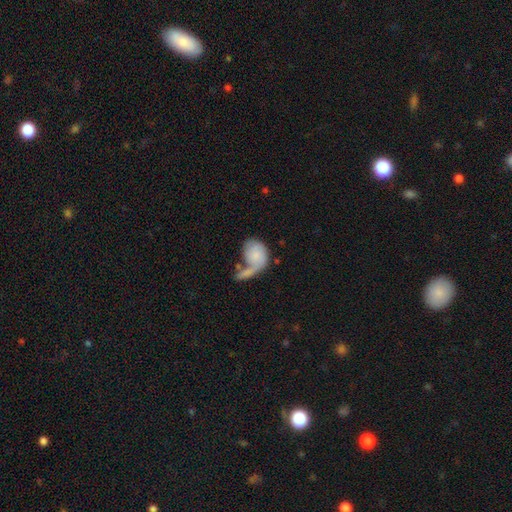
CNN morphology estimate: Q: Smooth or featured?
A: smooth (59%); runner-up: featured or disk (34%)
Q: How rounded?
A: in between (60%); runner-up: round (38%)
Q: Merging?
A: merger (35%); runner-up: major disturbance (28%)